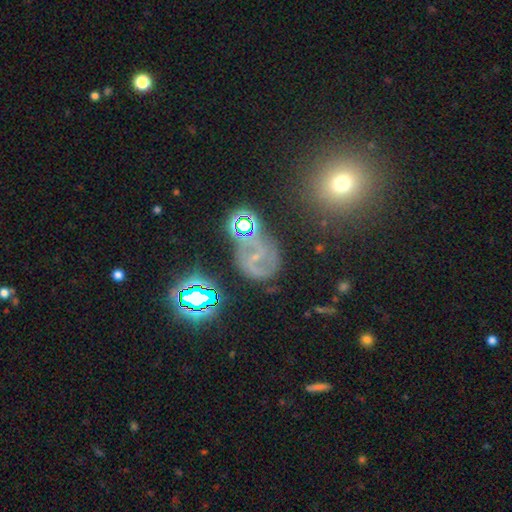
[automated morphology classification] Smooth or featured? Predicted: featured or disk (p=0.41). Merging? Predicted: none (p=0.59).